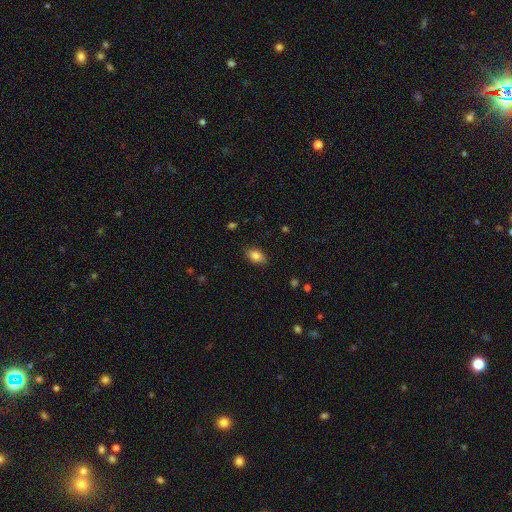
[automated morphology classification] Q: Smooth or featured?
A: smooth (85%); runner-up: star or artifact (8%)
Q: How rounded?
A: in between (88%); runner-up: round (10%)
Q: Merging?
A: none (86%); runner-up: minor disturbance (10%)